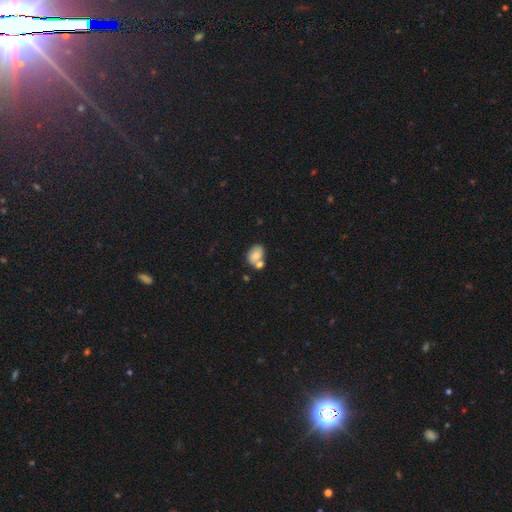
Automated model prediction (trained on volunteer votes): Morphology: type=smooth (71%); roundness=in between (76%); merging=merger (42%).